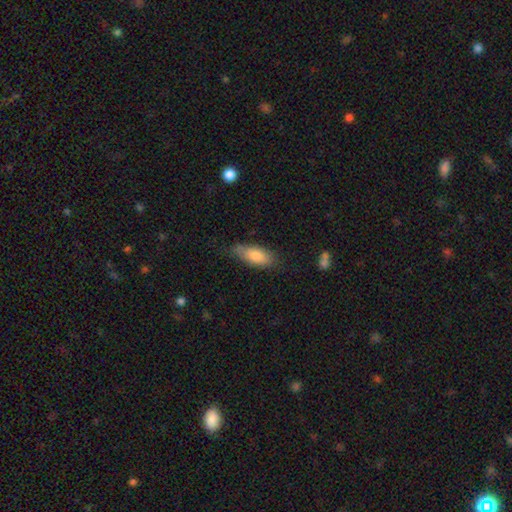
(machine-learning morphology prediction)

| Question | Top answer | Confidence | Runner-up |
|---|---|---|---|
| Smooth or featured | smooth | 80% | featured or disk (14%) |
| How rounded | in between | 78% | cigar-shaped (19%) |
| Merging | none | 65% | minor disturbance (27%) |